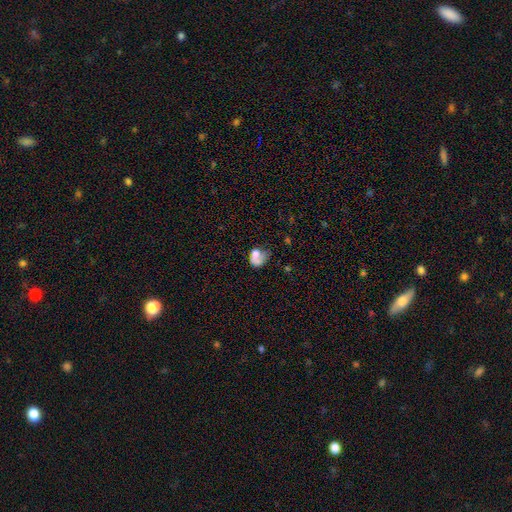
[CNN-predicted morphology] smooth_or_featured: smooth (p=0.58) [alt: featured or disk p=0.31]
how_rounded: in between (p=0.57) [alt: round p=0.41]
merging: major disturbance (p=0.35) [alt: none p=0.27]